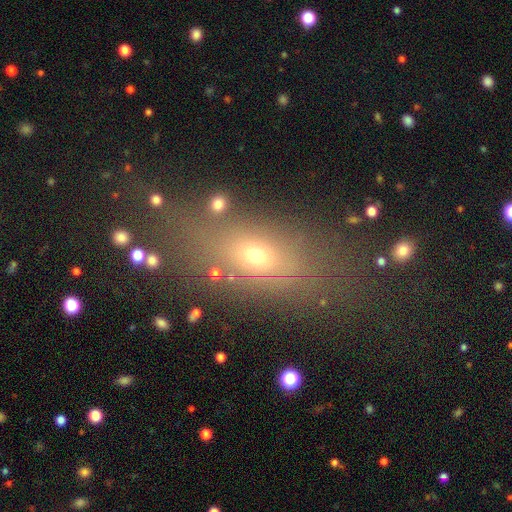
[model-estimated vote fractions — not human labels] A smooth galaxy with no disk features (61%) that is in between round and cigar-shaped (68%). Merging: none (65%).